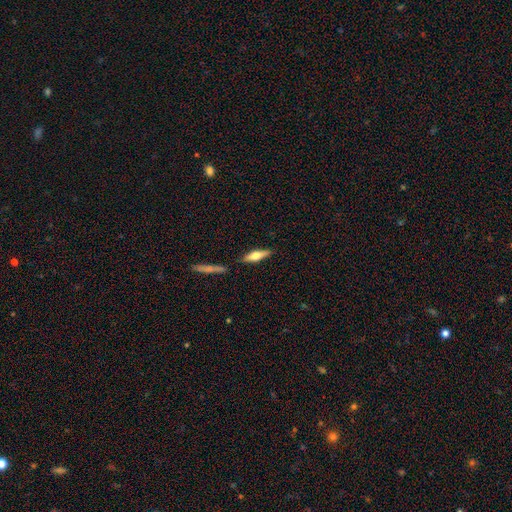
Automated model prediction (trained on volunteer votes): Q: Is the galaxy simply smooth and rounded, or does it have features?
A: smooth — 54%.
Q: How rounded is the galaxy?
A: cigar-shaped — 68%.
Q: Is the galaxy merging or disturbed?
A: none — 81%.